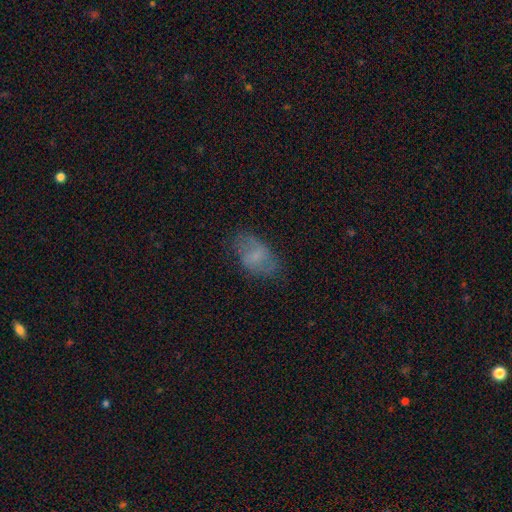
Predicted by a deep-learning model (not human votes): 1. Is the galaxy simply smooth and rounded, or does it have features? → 52% smooth, 38% featured or disk, 10% star or artifact.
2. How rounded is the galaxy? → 89% in between, 8% round, 3% cigar-shaped.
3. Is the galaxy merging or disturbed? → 63% none, 23% minor disturbance, 12% major disturbance, 2% merger.